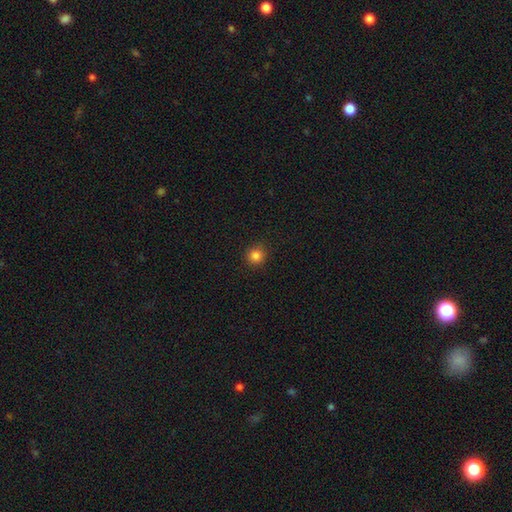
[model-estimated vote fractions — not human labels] A smooth galaxy with no disk features (84%) that is round (93%). Merging: none (90%).